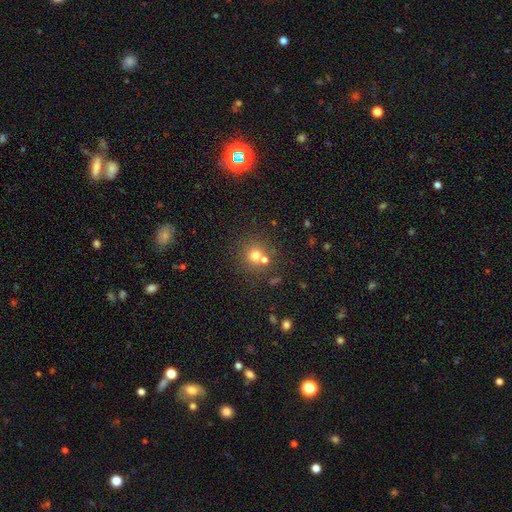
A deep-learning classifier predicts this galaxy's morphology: A smooth galaxy with no disk features (71%) that is round (90%).

Vote fractions:
- Smooth or featured? smooth: 71% / star or artifact: 16% / featured or disk: 12%
- How rounded? round: 90% / in between: 9% / cigar-shaped: 1%
- Merging? none: 63% / merger: 25% / minor disturbance: 8% / major disturbance: 3%